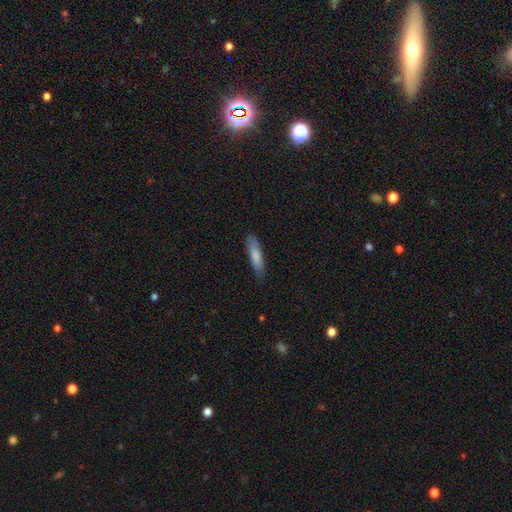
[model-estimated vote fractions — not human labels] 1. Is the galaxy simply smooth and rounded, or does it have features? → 81% smooth, 14% featured or disk, 6% star or artifact.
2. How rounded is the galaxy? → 71% cigar-shaped, 27% in between, 1% round.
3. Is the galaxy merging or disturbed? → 81% none, 15% minor disturbance, 3% major disturbance, 1% merger.